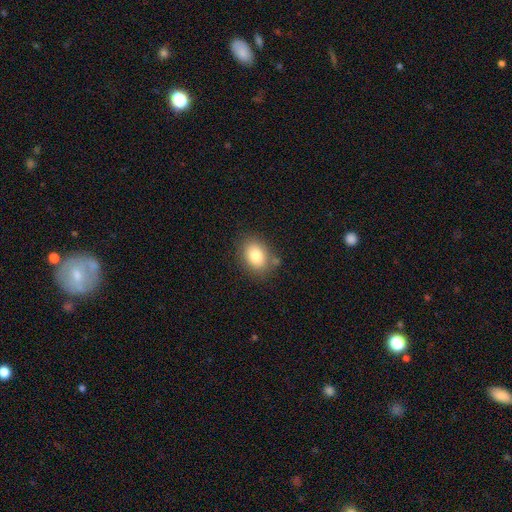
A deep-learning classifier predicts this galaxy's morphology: Overall: smooth (81%). How rounded: in between (66%; round 33%). Merging: none (78%).